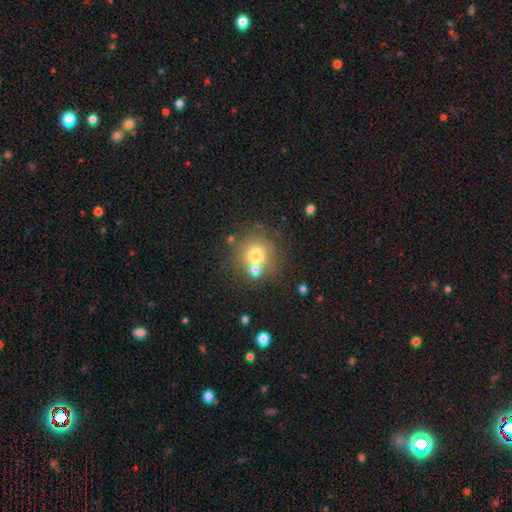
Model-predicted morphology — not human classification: This is likely a smooth galaxy (71%). How rounded: clearly round (88%). Merging: possibly none (55%).